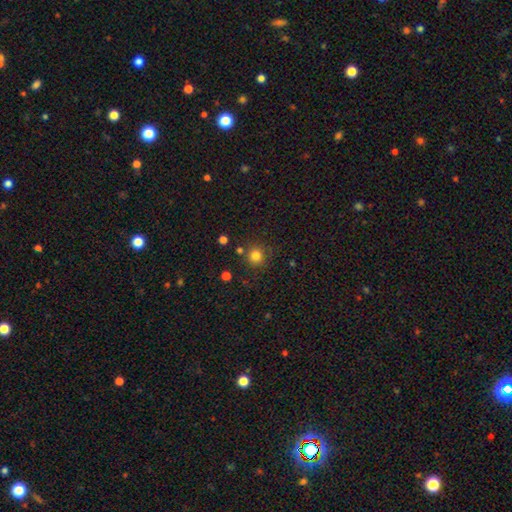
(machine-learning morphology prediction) A smooth galaxy with no disk features (81%) that is round (92%). Merging: none (81%).